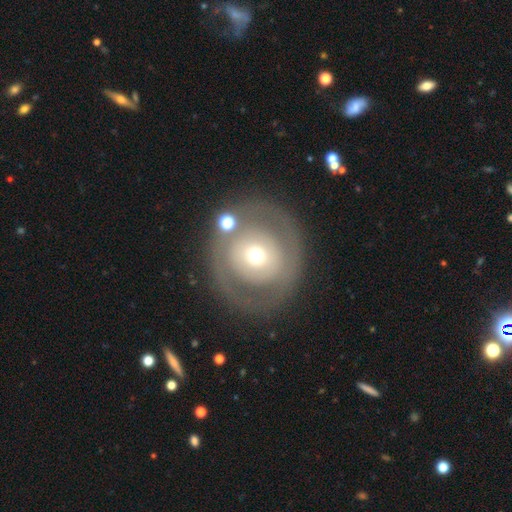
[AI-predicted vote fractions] Smooth or featured: featured or disk — 53% (smooth — 39%)
Edge-on disk: no — 95% (yes — 5%)
Bar: no — 86% (weak — 10%)
Spiral arms: no — 80% (yes — 20%)
Bulge size: moderate — 56% (small — 33%)
Merging: none — 77% (minor disturbance — 11%)